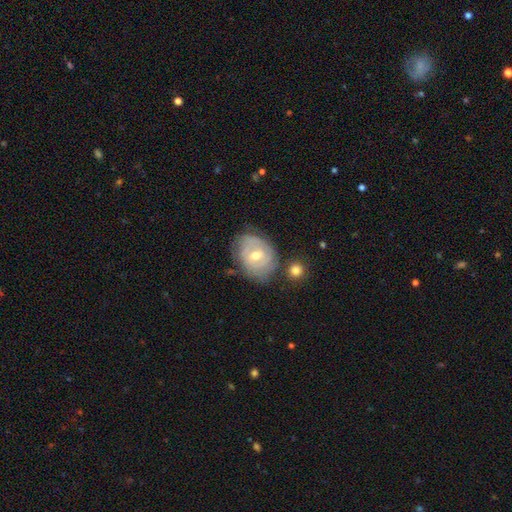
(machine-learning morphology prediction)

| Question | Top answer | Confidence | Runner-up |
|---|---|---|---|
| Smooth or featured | featured or disk | 71% | smooth (22%) |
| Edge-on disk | no | 96% | yes (4%) |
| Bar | no | 48% | weak (42%) |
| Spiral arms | yes | 75% | no (25%) |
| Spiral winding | tight | 72% | medium (21%) |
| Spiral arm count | can't tell | 50% | 2 (29%) |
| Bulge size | moderate | 67% | small (29%) |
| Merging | none | 66% | minor disturbance (23%) |